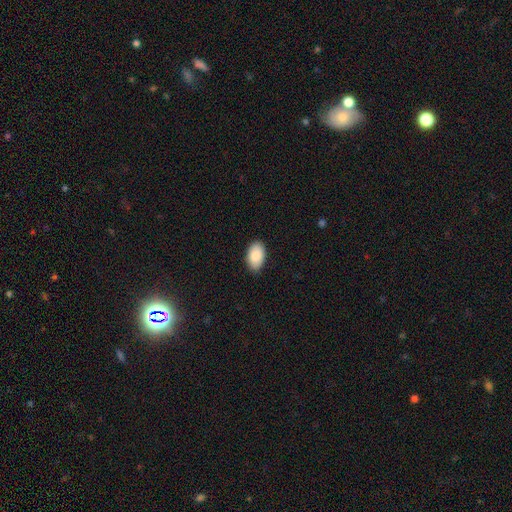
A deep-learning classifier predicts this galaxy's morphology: Overall: smooth (85%). How rounded: in between (93%). Merging: none (87%).